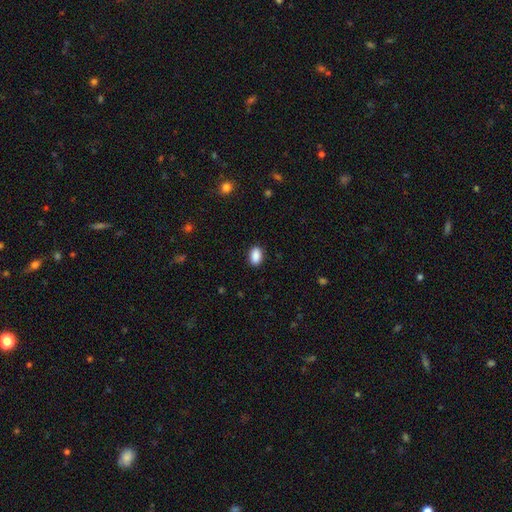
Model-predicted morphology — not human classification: Smooth or featured? smooth (89%)
How rounded? in between (87%)
Merging? none (89%)